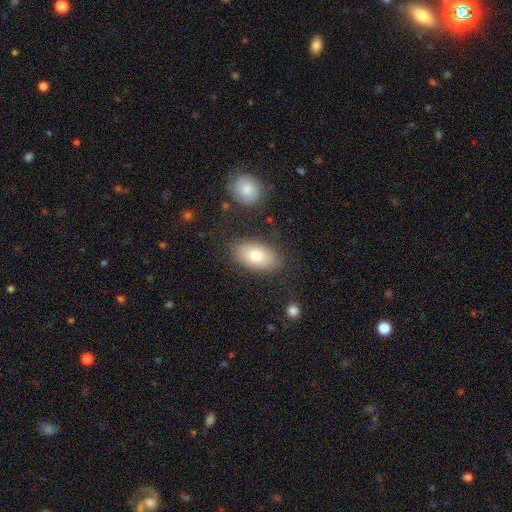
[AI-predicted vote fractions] A smooth galaxy with no disk features (75%) that is in between round and cigar-shaped (92%).

Vote fractions:
- Smooth or featured? smooth: 75% / featured or disk: 18% / star or artifact: 7%
- How rounded? in between: 92% / round: 6% / cigar-shaped: 2%
- Merging? none: 81% / minor disturbance: 12% / major disturbance: 4% / merger: 3%